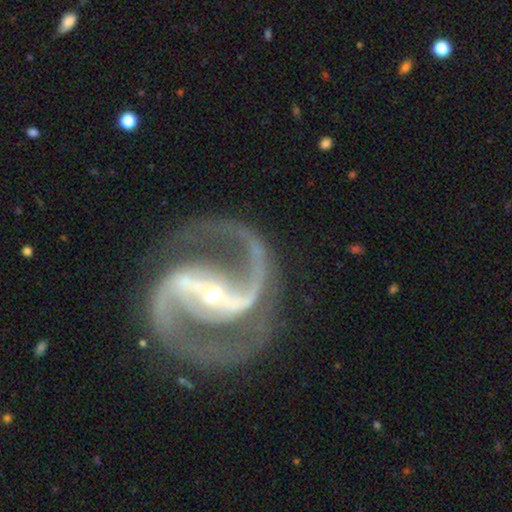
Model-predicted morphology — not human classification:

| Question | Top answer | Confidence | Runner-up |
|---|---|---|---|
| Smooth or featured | featured or disk | 94% | star or artifact (4%) |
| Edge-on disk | no | 98% | yes (2%) |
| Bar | strong | 71% | weak (20%) |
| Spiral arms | yes | 99% | no (1%) |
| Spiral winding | medium | 68% | tight (16%) |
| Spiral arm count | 2 | 95% | 3 (1%) |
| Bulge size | small | 76% | moderate (21%) |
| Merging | none | 82% | minor disturbance (11%) |